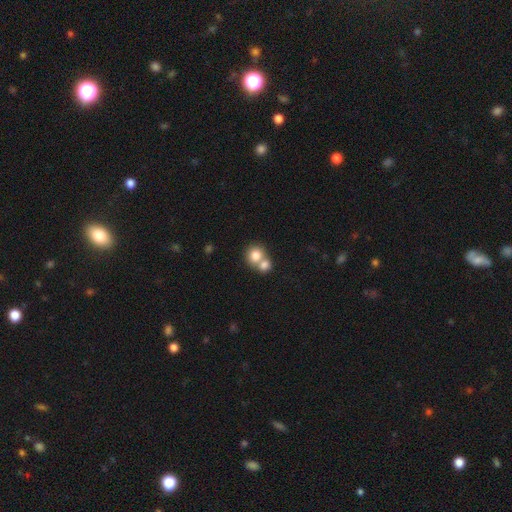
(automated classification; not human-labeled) The model was most divided on "merging": merger: 60%, none: 32%, minor disturbance: 6%, major disturbance: 3%. More confident: how rounded — round (79%); smooth or featured — smooth (78%).